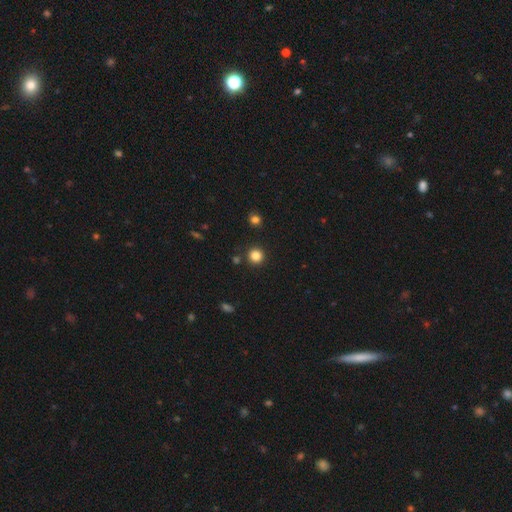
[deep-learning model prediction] This appears to be a smooth galaxy with no disk features (84%) that is round (94%). Merging: none (90%).